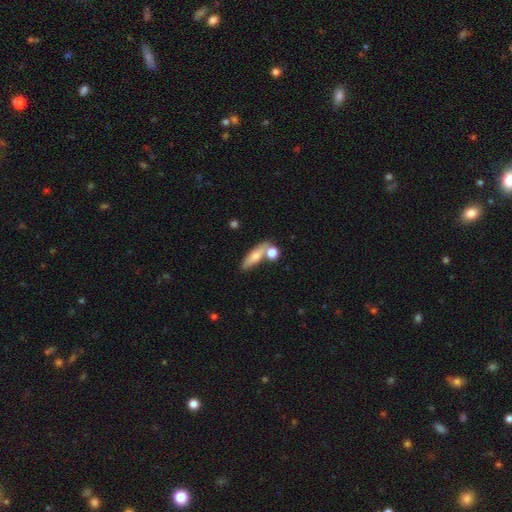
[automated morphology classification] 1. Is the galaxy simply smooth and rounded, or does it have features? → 65% smooth, 27% featured or disk, 8% star or artifact.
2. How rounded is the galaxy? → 53% cigar-shaped, 39% in between, 8% round.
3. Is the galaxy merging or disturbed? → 60% none, 21% merger, 14% minor disturbance, 5% major disturbance.